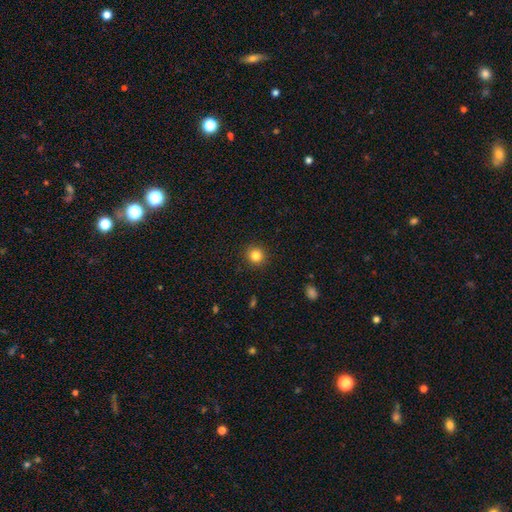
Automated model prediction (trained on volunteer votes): This is clearly a smooth galaxy (84%). How rounded: clearly round (92%). Merging: clearly none (92%).